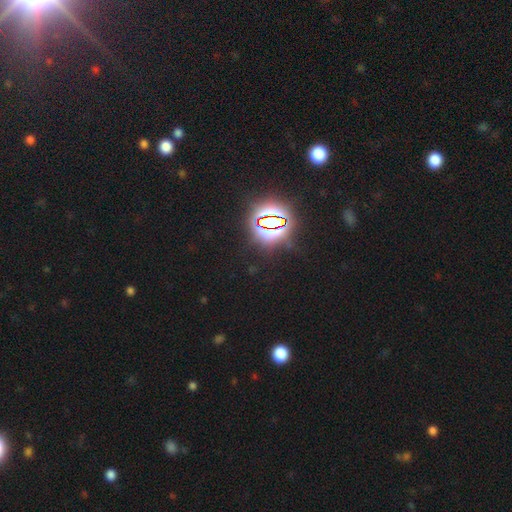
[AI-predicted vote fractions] smooth_or_featured: star or artifact (p=0.82) [alt: smooth p=0.12]